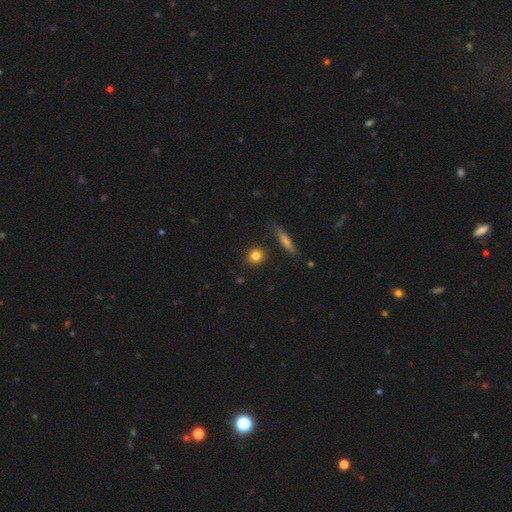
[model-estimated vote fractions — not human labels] Q: Smooth or featured?
A: smooth (83%); runner-up: star or artifact (10%)
Q: How rounded?
A: round (86%); runner-up: in between (11%)
Q: Merging?
A: none (89%); runner-up: minor disturbance (7%)